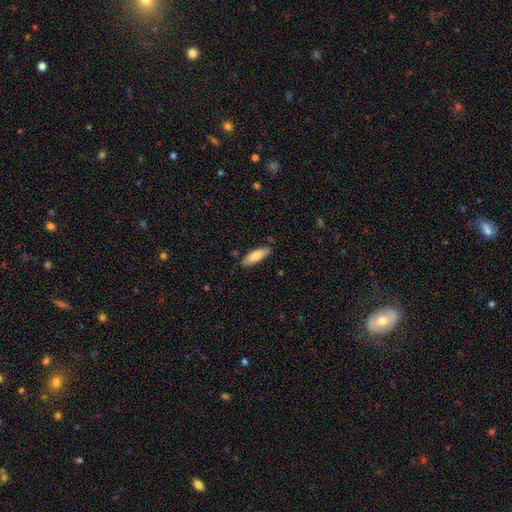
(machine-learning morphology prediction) Smooth or featured?
  - smooth: 80% *
  - featured or disk: 14%
  - star or artifact: 6%
How rounded?
  - in between: 57% *
  - cigar-shaped: 42%
  - round: 2%
Merging?
  - none: 82% *
  - minor disturbance: 14%
  - major disturbance: 2%
  - merger: 2%